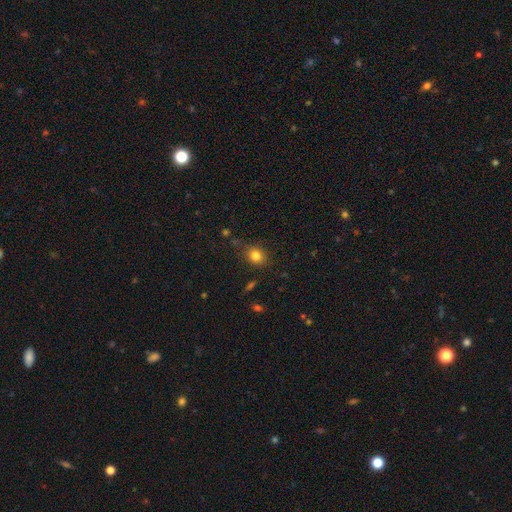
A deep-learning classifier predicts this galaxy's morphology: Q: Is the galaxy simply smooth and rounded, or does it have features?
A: smooth — 82%.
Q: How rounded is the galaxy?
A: round — 66%.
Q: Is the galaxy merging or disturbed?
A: none — 78%.